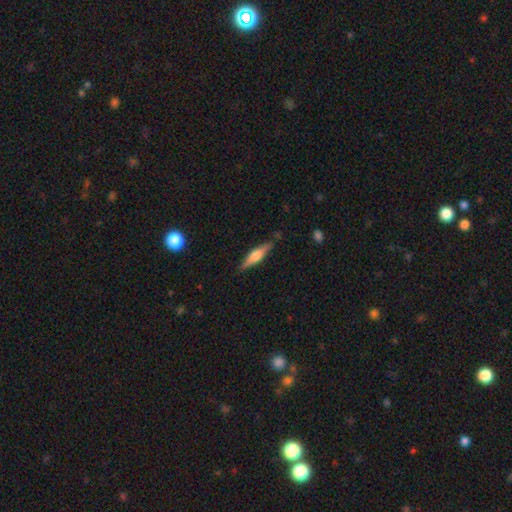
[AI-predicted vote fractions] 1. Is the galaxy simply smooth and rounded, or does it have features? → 49% featured or disk, 45% smooth, 6% star or artifact.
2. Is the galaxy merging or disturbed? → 84% none, 12% minor disturbance, 2% major disturbance, 2% merger.